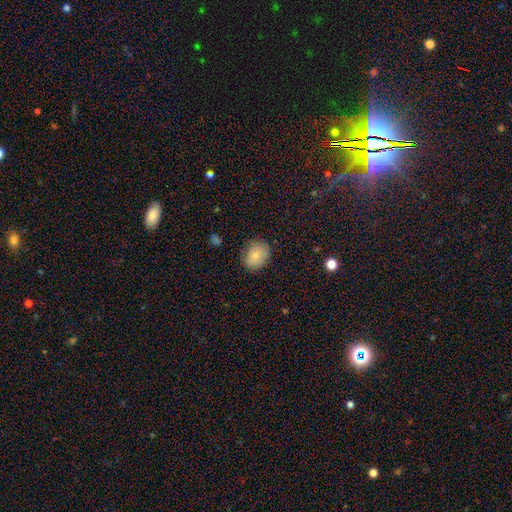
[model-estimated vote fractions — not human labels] Smooth or featured?
  - smooth: 82% *
  - featured or disk: 10%
  - star or artifact: 8%
How rounded?
  - round: 53% *
  - in between: 46%
  - cigar-shaped: 1%
Merging?
  - none: 79% *
  - minor disturbance: 16%
  - major disturbance: 4%
  - merger: 1%